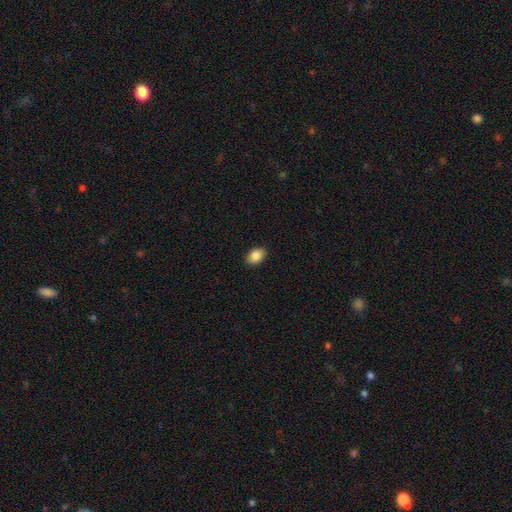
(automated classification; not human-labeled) A smooth galaxy with no disk features (87%) that is in between round and cigar-shaped (82%).

Vote fractions:
- Smooth or featured? smooth: 87% / star or artifact: 8% / featured or disk: 5%
- How rounded? in between: 82% / round: 17% / cigar-shaped: 1%
- Merging? none: 90% / minor disturbance: 7% / major disturbance: 2% / merger: 1%